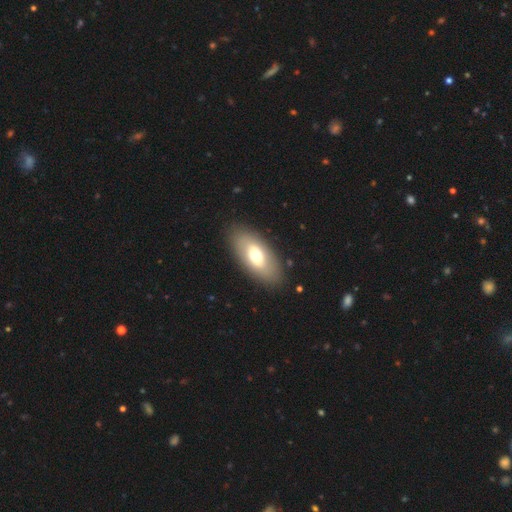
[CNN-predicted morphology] Q: Smooth or featured?
A: smooth (64%); runner-up: featured or disk (30%)
Q: How rounded?
A: in between (90%); runner-up: cigar-shaped (7%)
Q: Merging?
A: none (87%); runner-up: minor disturbance (9%)